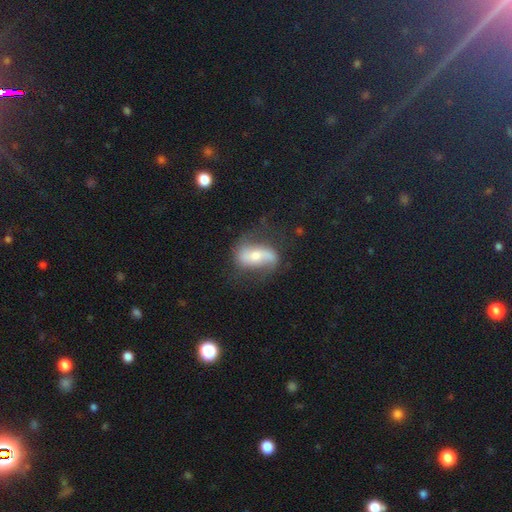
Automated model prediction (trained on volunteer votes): Overall: featured or disk (62%; smooth 30%). Edge-on disk: no (90%). Bar: no (36%; strong 35%). Spiral arms: yes (82%). Bulge size: moderate (54%; small 33%). Merging: none (60%; minor disturbance 23%).